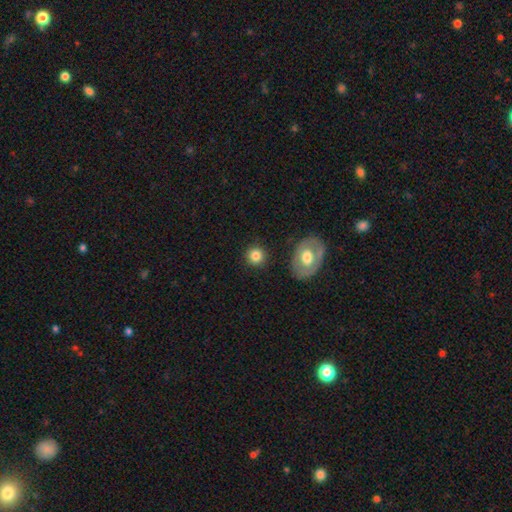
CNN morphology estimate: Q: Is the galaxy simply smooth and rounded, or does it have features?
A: smooth — 80%.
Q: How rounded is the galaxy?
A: round — 89%.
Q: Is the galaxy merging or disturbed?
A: none — 86%.